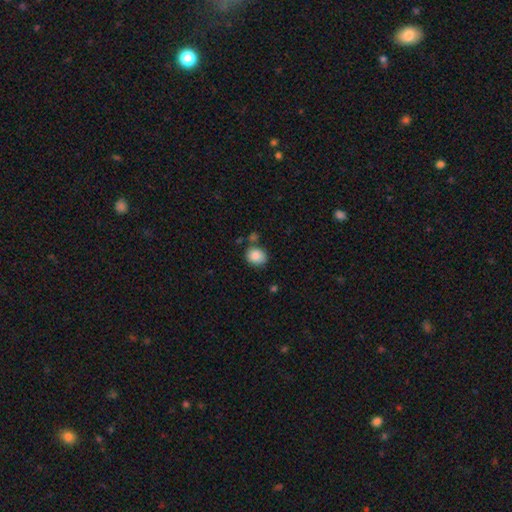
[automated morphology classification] This is clearly a smooth galaxy (87%). How rounded: likely round (62%). Merging: likely none (72%).